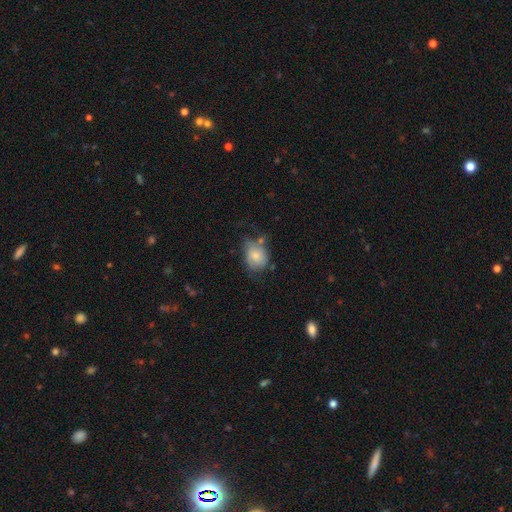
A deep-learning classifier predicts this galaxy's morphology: smooth-or-featured: smooth: 72% | featured or disk: 20% | star or artifact: 8%
  how-rounded: in between: 58% | round: 41% | cigar-shaped: 1%
  merging: none: 45% | minor disturbance: 33% | major disturbance: 14% | merger: 8%